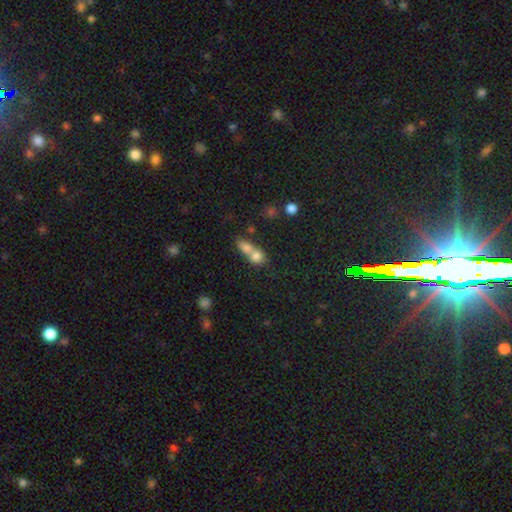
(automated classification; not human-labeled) A smooth galaxy with no disk features (74%) that is round (53%). Merging: merger (72%).